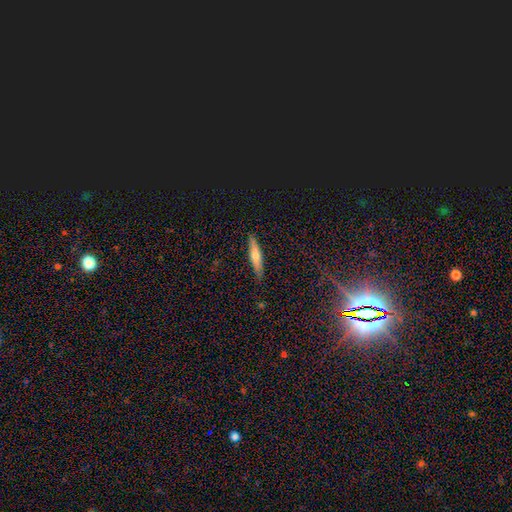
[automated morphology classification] The model was most divided on "smooth or featured": smooth: 57%, featured or disk: 36%, star or artifact: 7%. More confident: merging — none (88%); how rounded — cigar-shaped (85%).